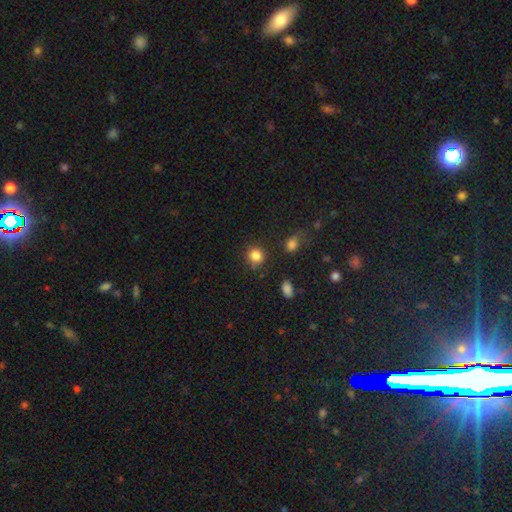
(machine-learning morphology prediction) Q: Smooth or featured?
A: smooth (85%); runner-up: star or artifact (11%)
Q: How rounded?
A: round (81%); runner-up: in between (17%)
Q: Merging?
A: none (79%); runner-up: minor disturbance (12%)